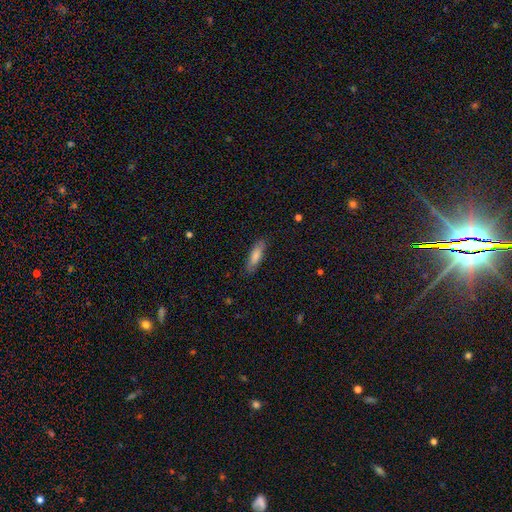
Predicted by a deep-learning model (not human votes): This appears to be a smooth galaxy with no disk features (79%) that is cigar-shaped (59%). Merging: none (84%).